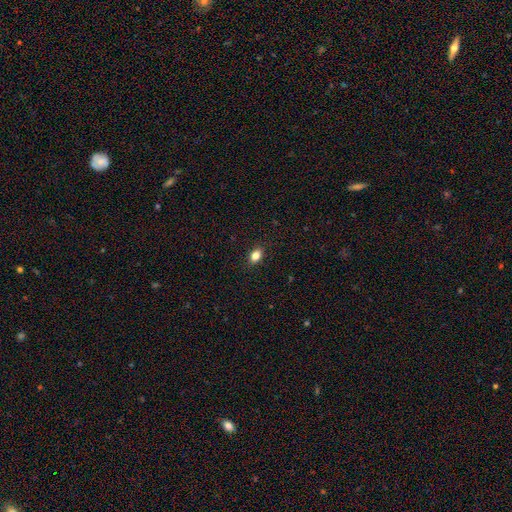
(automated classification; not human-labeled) Morphology: type=smooth (83%); roundness=in between (77%); merging=none (89%).